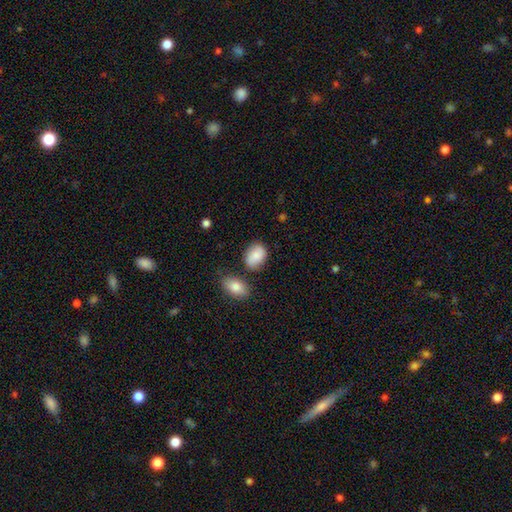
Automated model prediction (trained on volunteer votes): This appears to be a smooth galaxy with no disk features (86%) that is in between round and cigar-shaped (78%). Merging: none (71%).